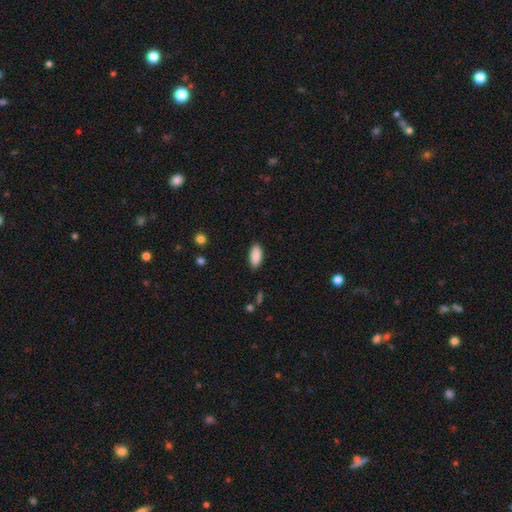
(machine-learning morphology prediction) Q: Smooth or featured?
A: smooth (90%); runner-up: star or artifact (6%)
Q: How rounded?
A: in between (90%); runner-up: cigar-shaped (8%)
Q: Merging?
A: none (87%); runner-up: minor disturbance (10%)